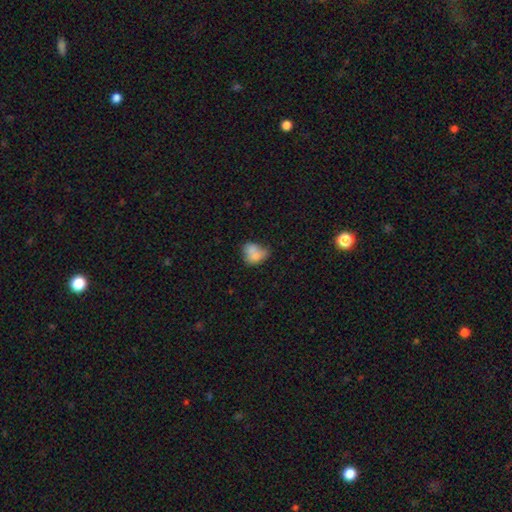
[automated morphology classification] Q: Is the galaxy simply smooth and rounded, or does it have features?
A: smooth — 73%.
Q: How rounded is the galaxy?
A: in between — 58%.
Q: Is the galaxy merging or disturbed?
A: merger — 34%.